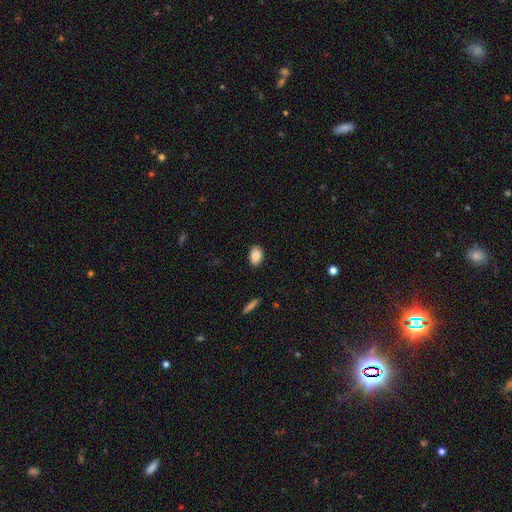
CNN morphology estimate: This is clearly a smooth galaxy (88%). How rounded: clearly in between (87%). Merging: clearly none (87%).